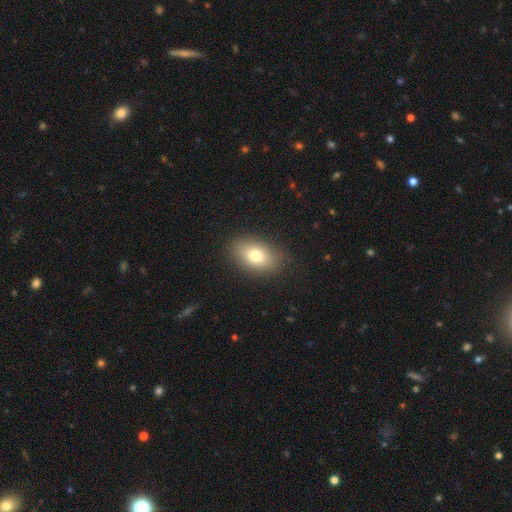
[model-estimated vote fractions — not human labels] Smooth or featured? Predicted: smooth (p=0.77). How rounded? Predicted: in between (p=0.86). Merging? Predicted: none (p=0.87).